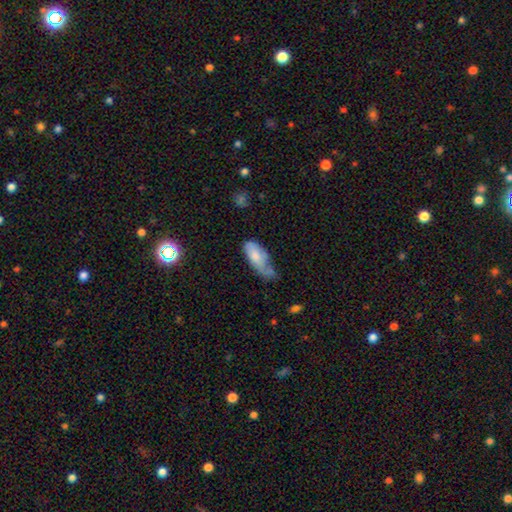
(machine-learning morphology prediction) A smooth galaxy with no disk features (71%) that is in between round and cigar-shaped (83%).

Vote fractions:
- Smooth or featured? smooth: 71% / featured or disk: 22% / star or artifact: 6%
- How rounded? in between: 83% / cigar-shaped: 14% / round: 2%
- Merging? minor disturbance: 39% / none: 27% / major disturbance: 24% / merger: 11%